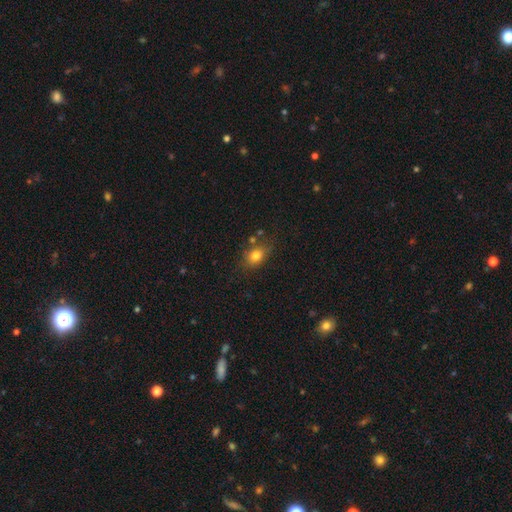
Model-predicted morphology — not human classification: This appears to be a smooth galaxy with no disk features (79%) that is in between round and cigar-shaped (63%). Merging: none (67%).